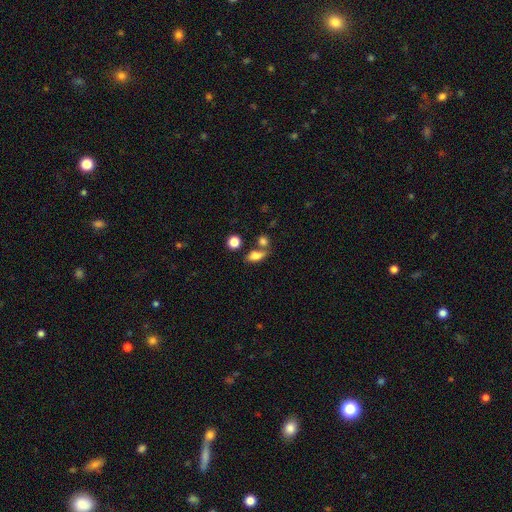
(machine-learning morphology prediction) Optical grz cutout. It shows a smooth galaxy with no disk features (75%) that is in between round and cigar-shaped (73%). Merging: none (57%).